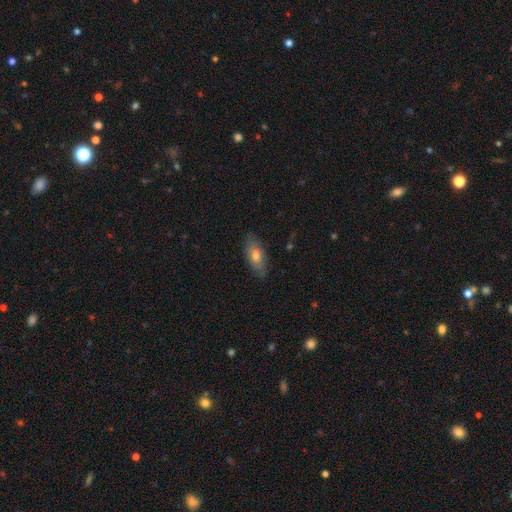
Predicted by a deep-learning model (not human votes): smooth-or-featured: smooth: 67% | featured or disk: 26% | star or artifact: 7%
  how-rounded: in between: 77% | cigar-shaped: 20% | round: 3%
  merging: none: 83% | minor disturbance: 13% | major disturbance: 2% | merger: 1%